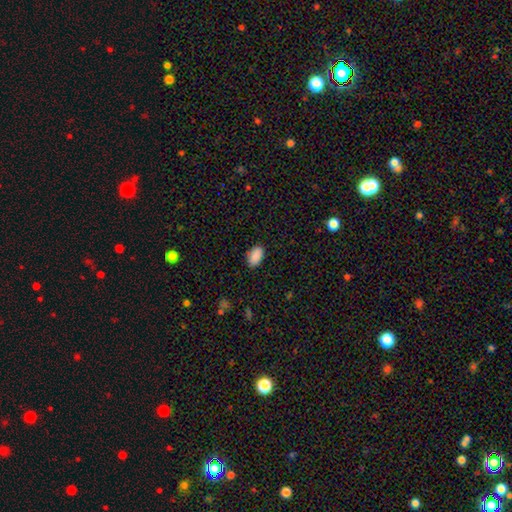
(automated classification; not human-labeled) Smooth or featured? smooth (90%)
How rounded? in between (92%)
Merging? none (87%)